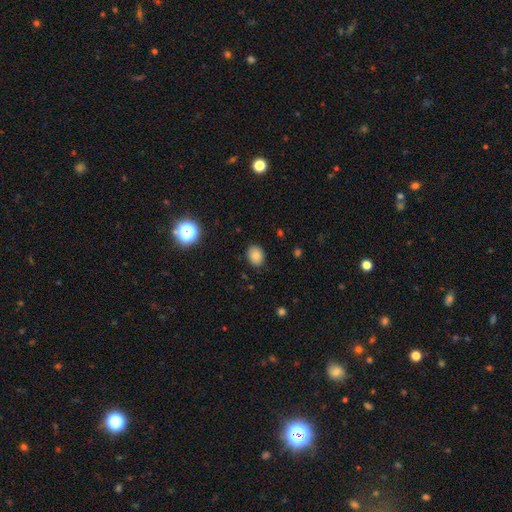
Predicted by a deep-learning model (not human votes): Q: Smooth or featured?
A: smooth (81%); runner-up: star or artifact (12%)
Q: How rounded?
A: in between (54%); runner-up: round (45%)
Q: Merging?
A: none (86%); runner-up: minor disturbance (10%)